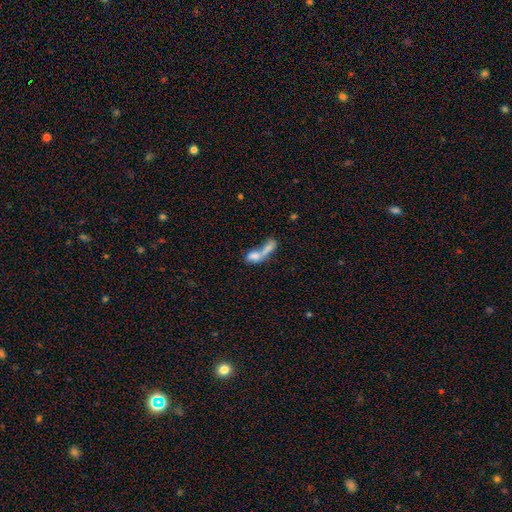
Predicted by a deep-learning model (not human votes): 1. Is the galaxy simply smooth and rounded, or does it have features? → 65% smooth, 25% featured or disk, 10% star or artifact.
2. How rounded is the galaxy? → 63% in between, 26% cigar-shaped, 11% round.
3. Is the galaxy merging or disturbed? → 71% merger, 14% none, 9% major disturbance, 6% minor disturbance.